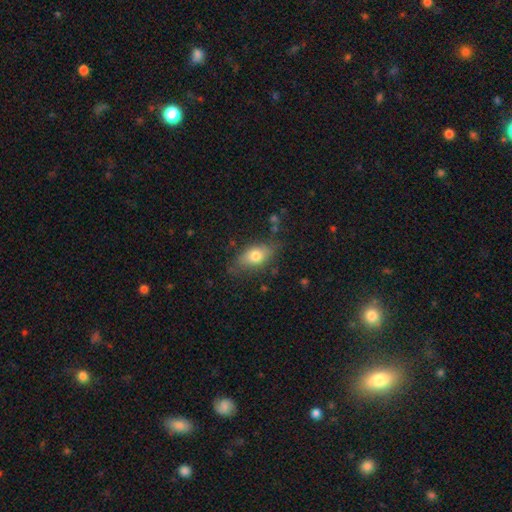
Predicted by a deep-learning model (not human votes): A smooth galaxy with no disk features (74%) that is in between round and cigar-shaped (83%).

Vote fractions:
- Smooth or featured? smooth: 74% / featured or disk: 18% / star or artifact: 8%
- How rounded? in between: 83% / round: 10% / cigar-shaped: 8%
- Merging? none: 73% / minor disturbance: 20% / major disturbance: 6% / merger: 2%